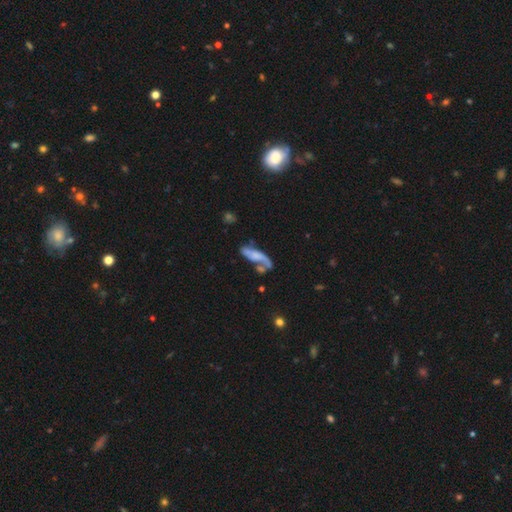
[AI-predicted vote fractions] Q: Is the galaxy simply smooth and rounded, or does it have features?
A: featured or disk — 53%.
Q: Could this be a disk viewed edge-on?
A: no — 81%.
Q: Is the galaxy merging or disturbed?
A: none — 34%.